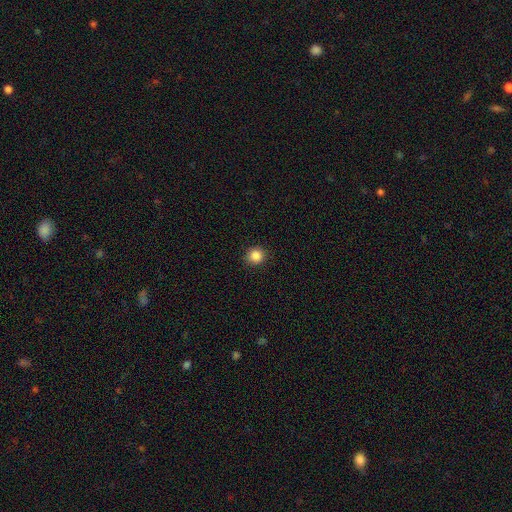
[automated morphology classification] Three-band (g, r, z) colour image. It shows a smooth galaxy with no disk features (86%) that is round (90%). Merging: none (91%).